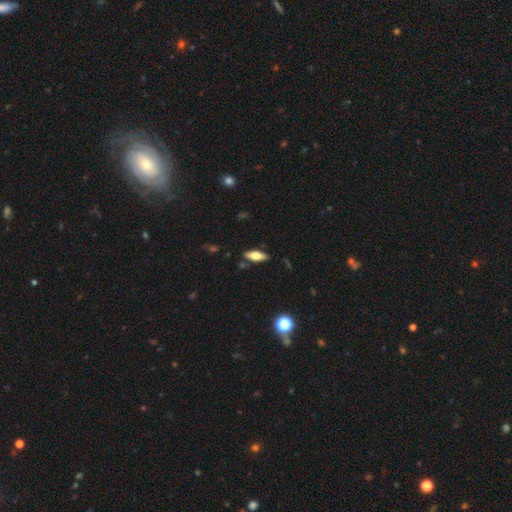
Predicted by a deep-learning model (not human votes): smooth-or-featured: smooth: 59% | featured or disk: 34% | star or artifact: 7%
  how-rounded: in between: 70% | cigar-shaped: 27% | round: 3%
  merging: none: 84% | minor disturbance: 11% | merger: 3% | major disturbance: 2%